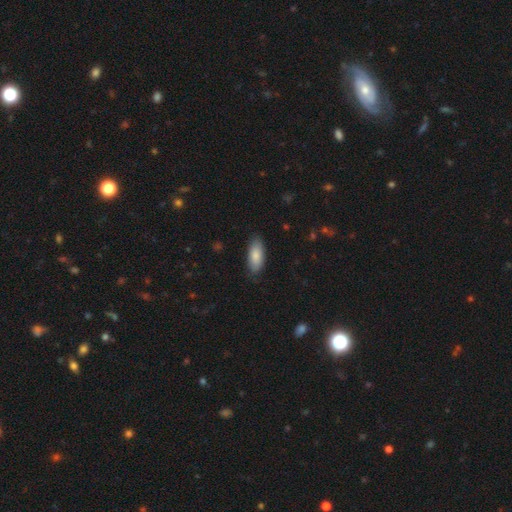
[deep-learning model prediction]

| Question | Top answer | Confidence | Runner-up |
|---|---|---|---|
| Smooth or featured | smooth | 84% | featured or disk (10%) |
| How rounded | in between | 85% | cigar-shaped (13%) |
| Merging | none | 81% | minor disturbance (15%) |